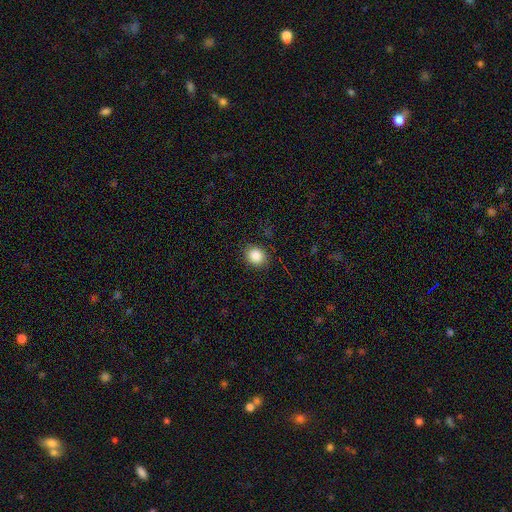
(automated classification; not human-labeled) Smooth or featured?
  - smooth: 87% *
  - star or artifact: 9%
  - featured or disk: 4%
How rounded?
  - round: 71% *
  - in between: 28%
  - cigar-shaped: 1%
Merging?
  - none: 88% *
  - minor disturbance: 9%
  - major disturbance: 3%
  - merger: 1%